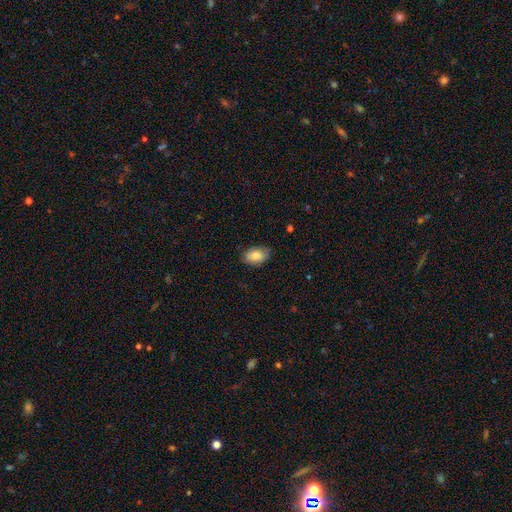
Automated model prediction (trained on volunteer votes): A smooth galaxy with no disk features (86%) that is in between round and cigar-shaped (92%).

Vote fractions:
- Smooth or featured? smooth: 86% / featured or disk: 8% / star or artifact: 7%
- How rounded? in between: 92% / round: 6% / cigar-shaped: 1%
- Merging? none: 78% / minor disturbance: 17% / major disturbance: 3% / merger: 1%